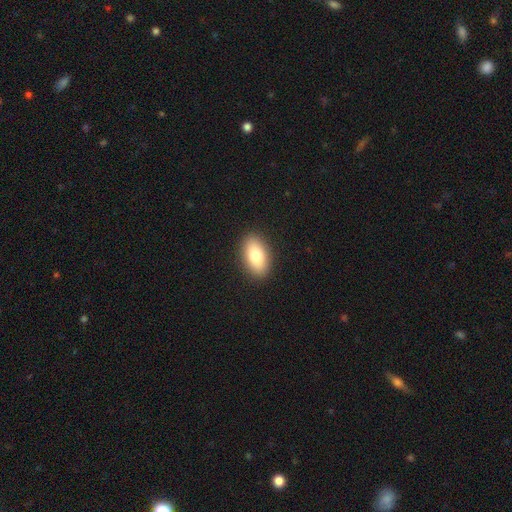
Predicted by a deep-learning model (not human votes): A smooth galaxy with no disk features (82%) that is in between round and cigar-shaped (91%).

Vote fractions:
- Smooth or featured? smooth: 82% / featured or disk: 11% / star or artifact: 7%
- How rounded? in between: 91% / round: 5% / cigar-shaped: 3%
- Merging? none: 90% / minor disturbance: 7% / major disturbance: 2% / merger: 1%